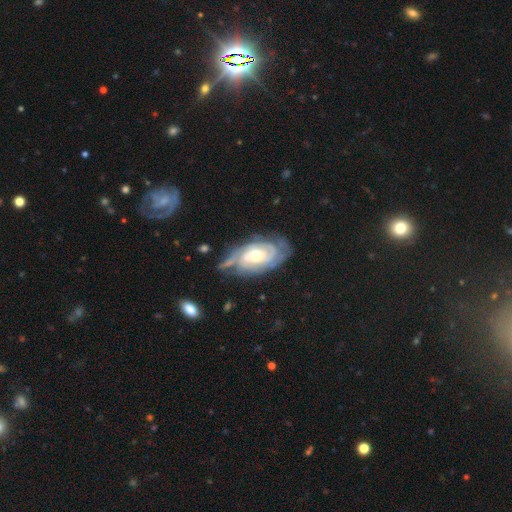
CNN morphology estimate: smooth_or_featured: featured or disk (p=0.86) [alt: smooth p=0.09]
disk_edge_on: no (p=0.95) [alt: yes p=0.05]
bar: no (p=0.66) [alt: weak p=0.27]
has_spiral_arms: yes (p=0.96) [alt: no p=0.04]
spiral_winding: tight (p=0.71) [alt: medium p=0.23]
spiral_arm_count: 2 (p=0.32) [alt: can't tell p=0.28]
bulge_size: moderate (p=0.65) [alt: small p=0.27]
merging: none (p=0.63) [alt: minor disturbance p=0.24]